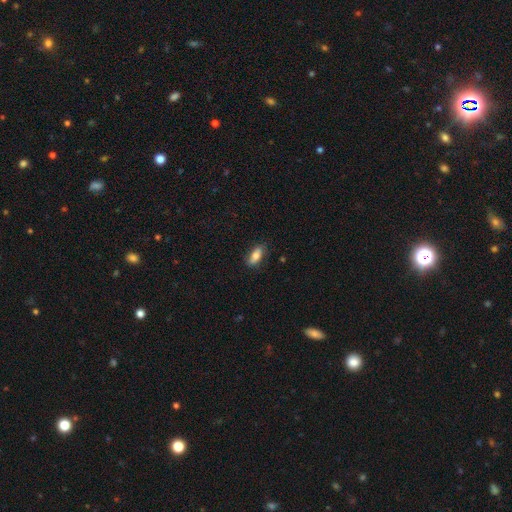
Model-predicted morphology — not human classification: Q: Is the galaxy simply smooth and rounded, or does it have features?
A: smooth — 75%.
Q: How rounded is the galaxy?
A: in between — 82%.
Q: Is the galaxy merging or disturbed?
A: none — 81%.